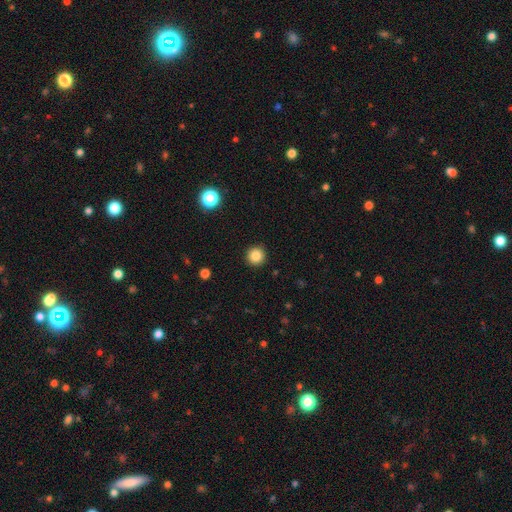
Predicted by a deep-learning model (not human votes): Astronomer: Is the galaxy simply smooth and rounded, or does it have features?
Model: smooth — 85%.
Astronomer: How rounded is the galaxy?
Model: round — 95%.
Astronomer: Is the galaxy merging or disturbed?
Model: none — 93%.